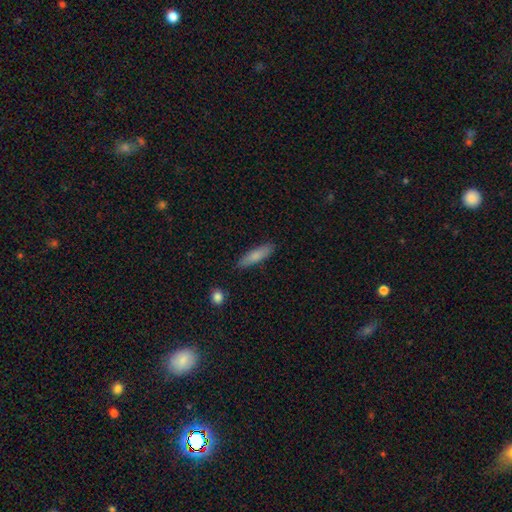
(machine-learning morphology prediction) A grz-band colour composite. It shows a smooth galaxy with no disk features (80%) that is cigar-shaped (70%). Merging: none (86%).